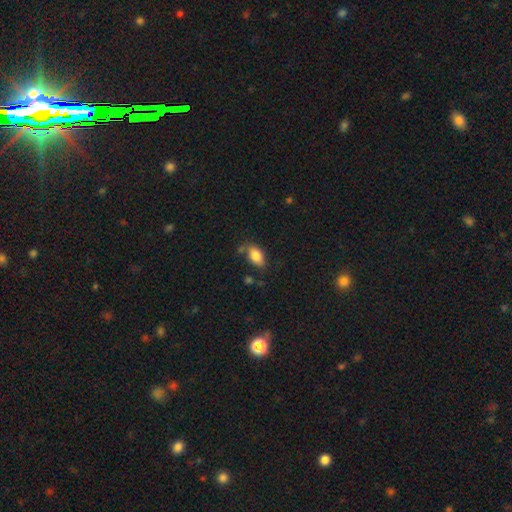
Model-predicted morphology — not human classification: smooth 84%, featured or disk 8%, star or artifact 8%. Down the decision tree: how rounded — in between (91%); merging — none (67%).